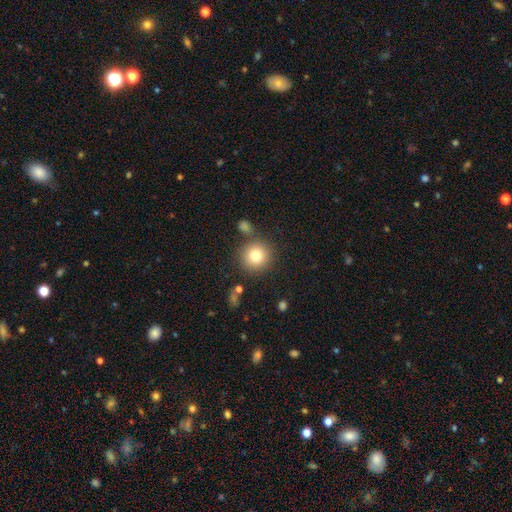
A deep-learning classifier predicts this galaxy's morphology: Smooth or featured? Predicted: smooth (p=0.81). How rounded? Predicted: round (p=0.92). Merging? Predicted: none (p=0.78).